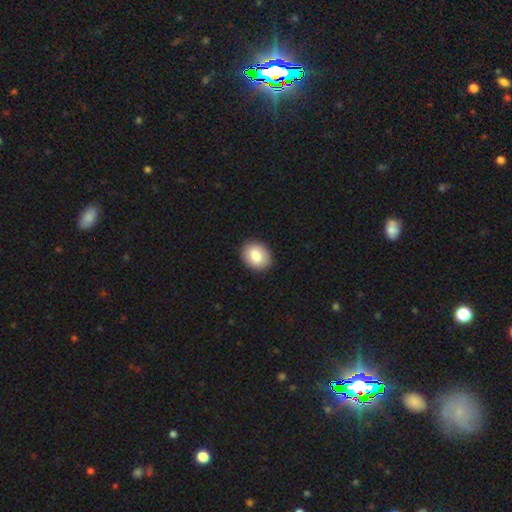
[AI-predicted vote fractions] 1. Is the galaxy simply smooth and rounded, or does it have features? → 82% smooth, 10% featured or disk, 7% star or artifact.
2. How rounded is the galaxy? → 52% in between, 47% round, 1% cigar-shaped.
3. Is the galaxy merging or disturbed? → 90% none, 7% minor disturbance, 2% major disturbance, 1% merger.